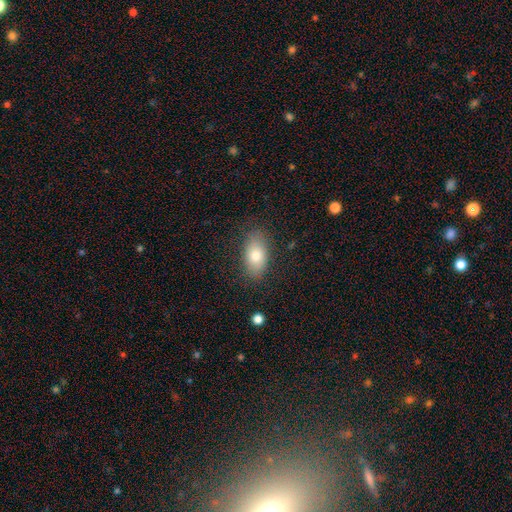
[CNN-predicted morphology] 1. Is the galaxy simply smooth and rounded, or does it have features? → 77% smooth, 15% featured or disk, 8% star or artifact.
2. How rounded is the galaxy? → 90% in between, 6% round, 4% cigar-shaped.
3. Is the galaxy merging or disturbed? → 83% none, 12% minor disturbance, 3% major disturbance, 1% merger.